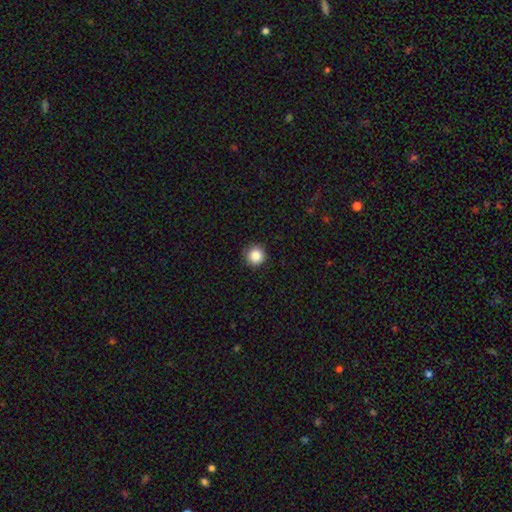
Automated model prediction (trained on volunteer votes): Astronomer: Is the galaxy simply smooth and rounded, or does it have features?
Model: smooth — 86%.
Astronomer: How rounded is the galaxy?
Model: round — 96%.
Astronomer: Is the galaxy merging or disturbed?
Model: none — 89%.